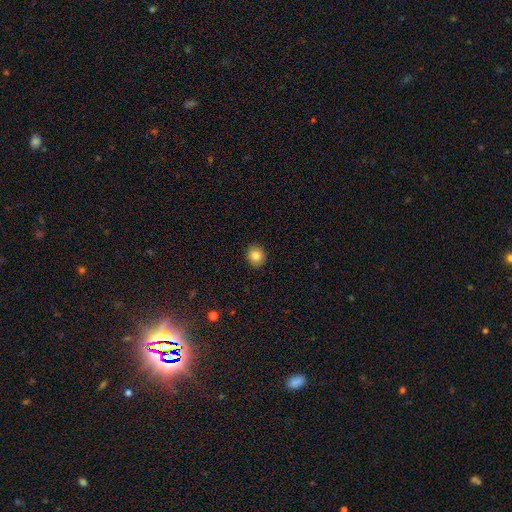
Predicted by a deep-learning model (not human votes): Overall: smooth (84%). How rounded: round (78%). Merging: none (91%).